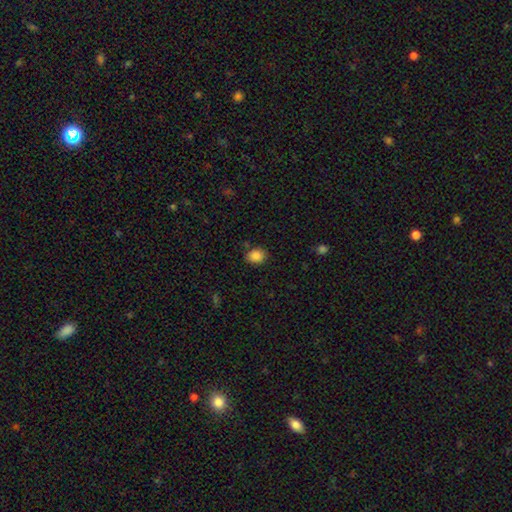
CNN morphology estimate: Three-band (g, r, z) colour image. It shows a smooth galaxy with no disk features (87%) that is round (53%). Merging: none (83%).